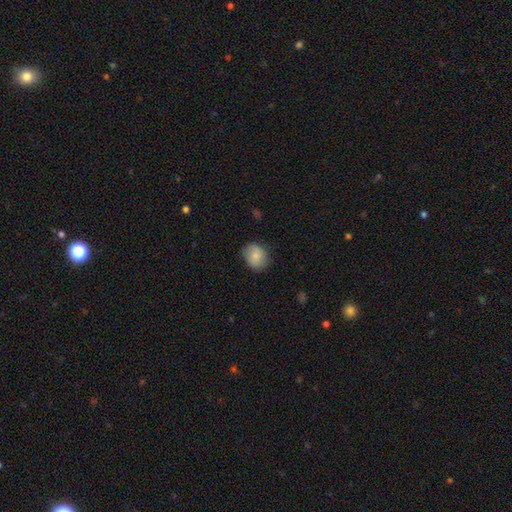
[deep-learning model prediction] Smooth or featured? Predicted: smooth (p=0.80). How rounded? Predicted: round (p=0.56). Merging? Predicted: none (p=0.79).